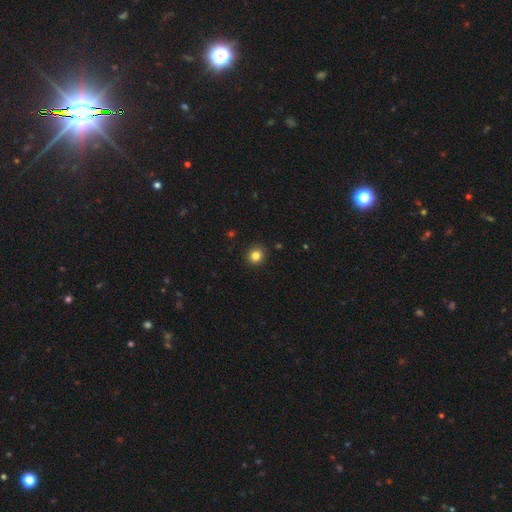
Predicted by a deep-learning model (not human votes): Overall: smooth (83%). How rounded: round (84%). Merging: none (91%).